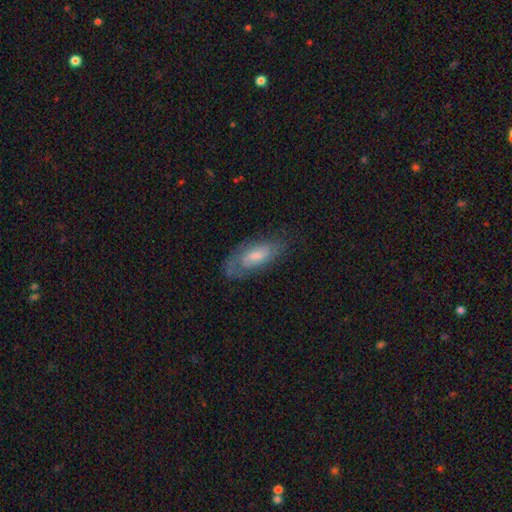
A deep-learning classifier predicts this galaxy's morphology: featured or disk 50%, smooth 42%, star or artifact 8%. Down the decision tree: edge-on disk — no (85%); merging — none (63%).